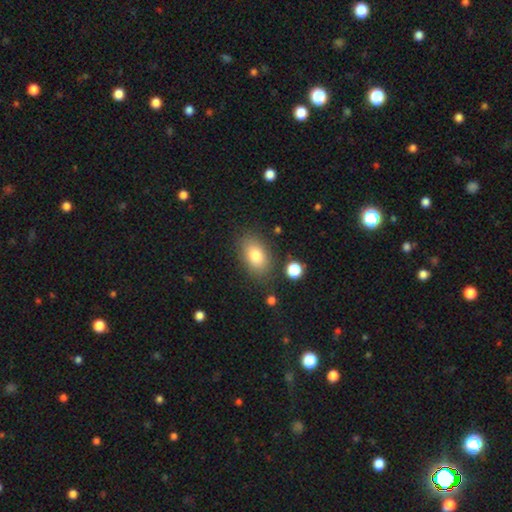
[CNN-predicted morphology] smooth-or-featured: smooth: 81% | featured or disk: 11% | star or artifact: 8%
  how-rounded: in between: 87% | round: 11% | cigar-shaped: 2%
  merging: none: 81% | minor disturbance: 12% | major disturbance: 4% | merger: 3%